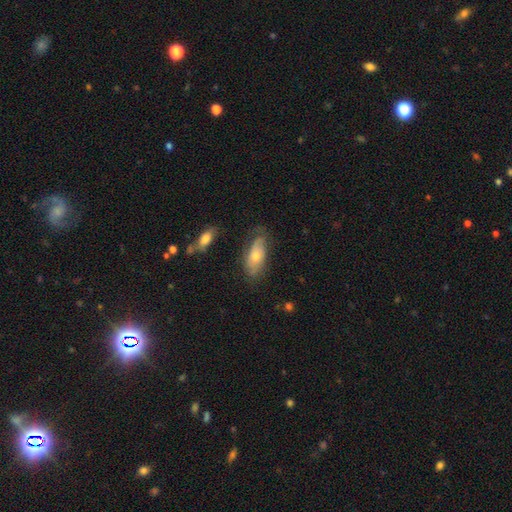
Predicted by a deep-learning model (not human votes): Smooth or featured? smooth (58%)
How rounded? in between (81%)
Merging? none (62%)